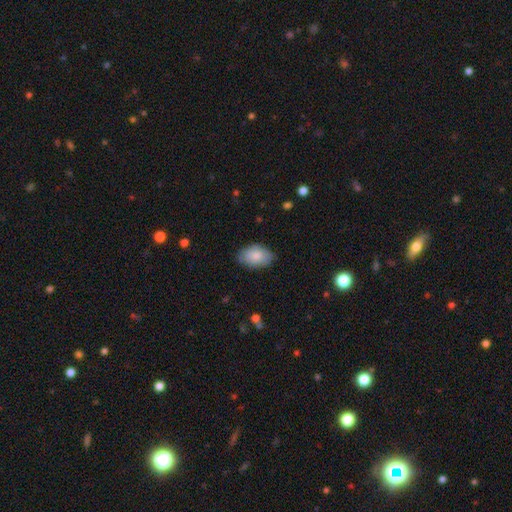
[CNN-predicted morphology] The model was most divided on "merging": none: 78%, minor disturbance: 18%, major disturbance: 3%, merger: 1%. More confident: how rounded — in between (90%); smooth or featured — smooth (82%).